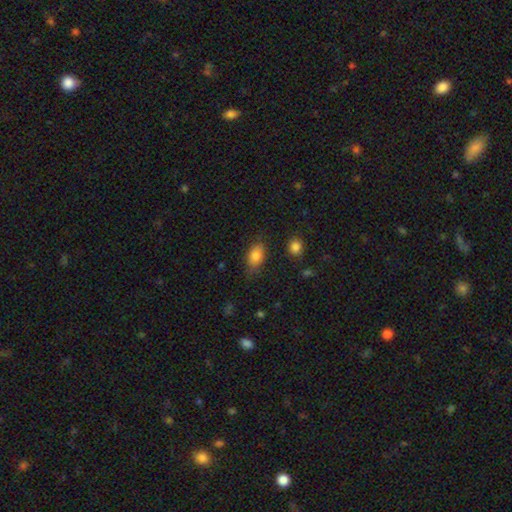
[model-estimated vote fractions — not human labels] This is clearly a smooth galaxy (84%). How rounded: clearly in between (86%). Merging: likely none (73%).